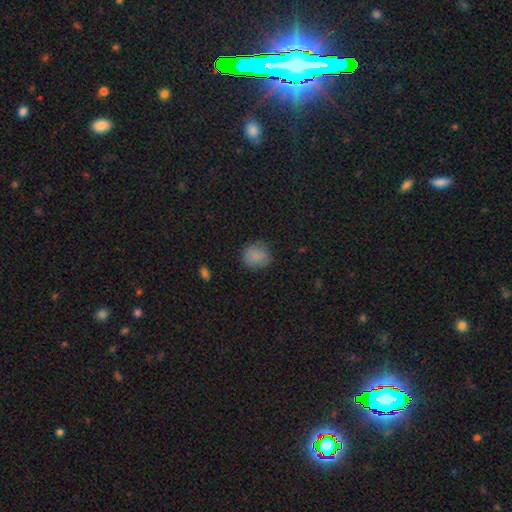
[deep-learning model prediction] Smooth or featured? smooth (85%)
How rounded? round (84%)
Merging? none (80%)